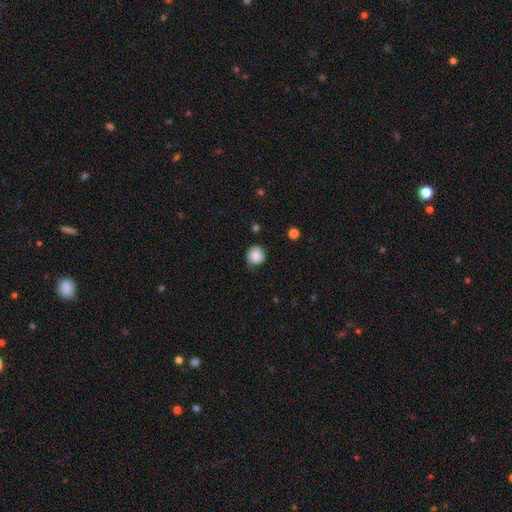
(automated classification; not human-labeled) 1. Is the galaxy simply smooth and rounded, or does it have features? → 77% smooth, 15% featured or disk, 8% star or artifact.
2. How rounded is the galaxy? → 82% round, 18% in between, 1% cigar-shaped.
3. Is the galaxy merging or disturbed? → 63% none, 29% minor disturbance, 7% major disturbance, 2% merger.